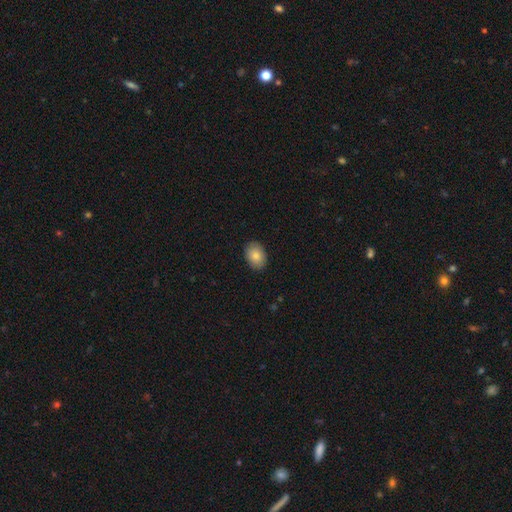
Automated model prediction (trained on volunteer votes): Smooth or featured?
  - smooth: 84% *
  - featured or disk: 8%
  - star or artifact: 7%
How rounded?
  - in between: 76% *
  - round: 24%
  - cigar-shaped: 1%
Merging?
  - none: 89% *
  - minor disturbance: 9%
  - major disturbance: 2%
  - merger: 1%